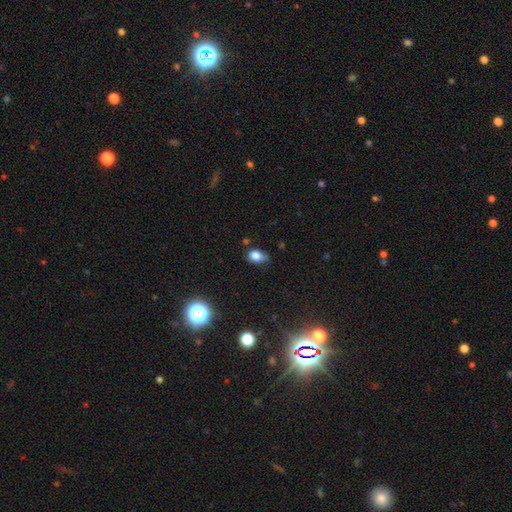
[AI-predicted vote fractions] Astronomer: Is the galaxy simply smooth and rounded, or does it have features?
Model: smooth — 80%.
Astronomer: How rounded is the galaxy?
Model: in between — 69%.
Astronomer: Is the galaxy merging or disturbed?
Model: none — 48% (runner-up: minor disturbance, 38%).